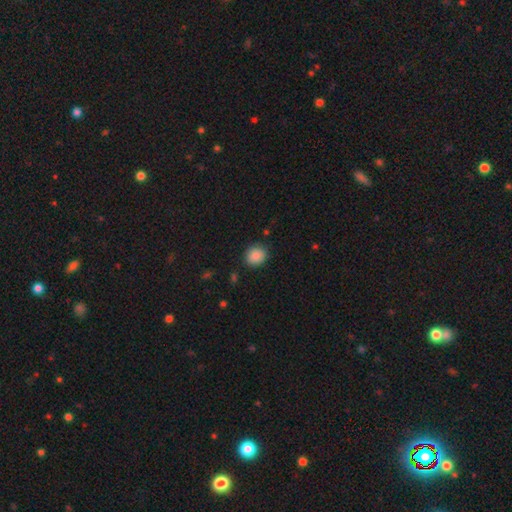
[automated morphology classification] smooth_or_featured: smooth (p=0.88) [alt: star or artifact p=0.08]
how_rounded: round (p=0.73) [alt: in between p=0.26]
merging: none (p=0.86) [alt: minor disturbance p=0.10]